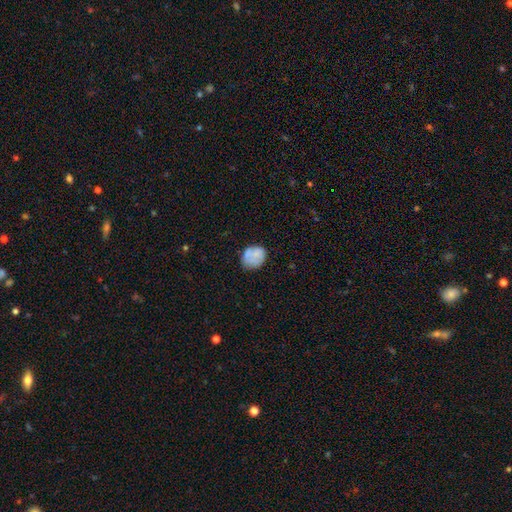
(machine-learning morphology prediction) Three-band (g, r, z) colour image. It shows a smooth galaxy with no disk features (72%) that is round (57%). Merging: none (64%).